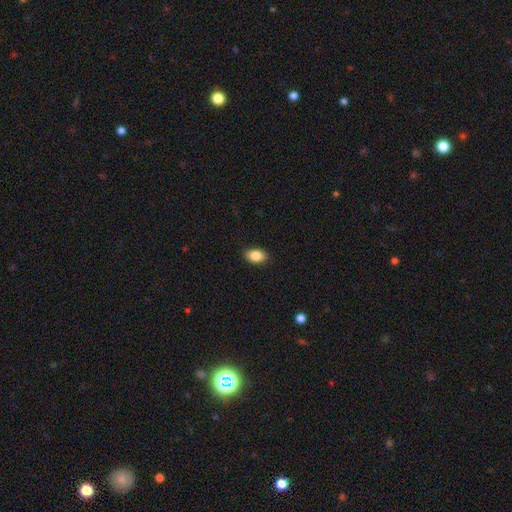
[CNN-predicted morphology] type=smooth (86%); roundness=in between (86%); merging=none (89%).